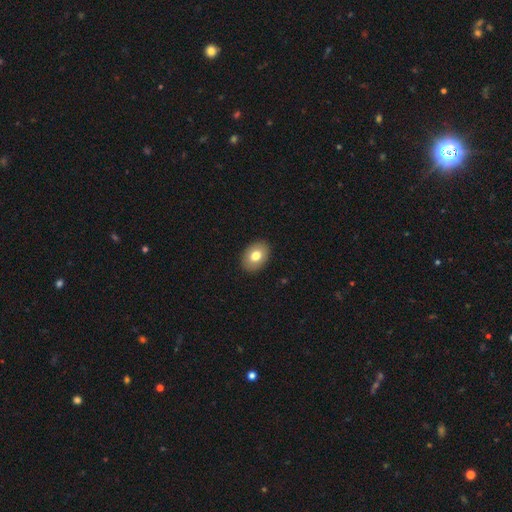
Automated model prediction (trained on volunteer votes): A smooth galaxy with no disk features (77%) that is in between round and cigar-shaped (79%).

Vote fractions:
- Smooth or featured? smooth: 77% / featured or disk: 16% / star or artifact: 7%
- How rounded? in between: 79% / round: 20% / cigar-shaped: 1%
- Merging? none: 90% / minor disturbance: 7% / major disturbance: 2% / merger: 1%